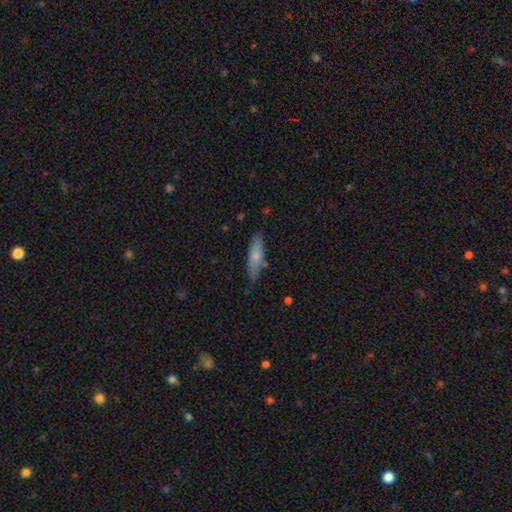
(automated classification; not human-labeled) This is likely a smooth galaxy (68%). How rounded: possibly cigar-shaped (57%). Merging: likely none (67%).